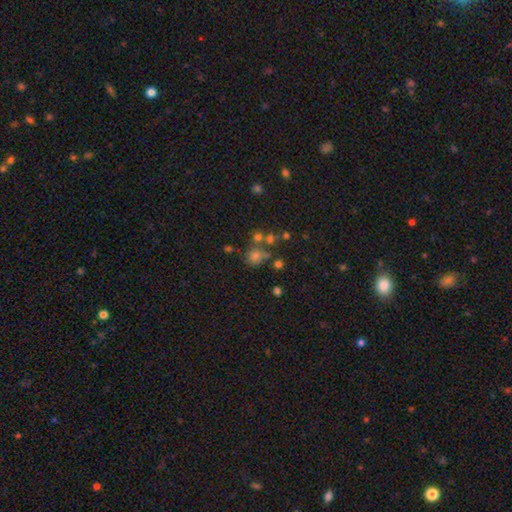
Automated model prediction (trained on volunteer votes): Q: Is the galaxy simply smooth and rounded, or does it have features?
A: smooth — 56%.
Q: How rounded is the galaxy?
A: round — 84%.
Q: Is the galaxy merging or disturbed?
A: none — 60%.